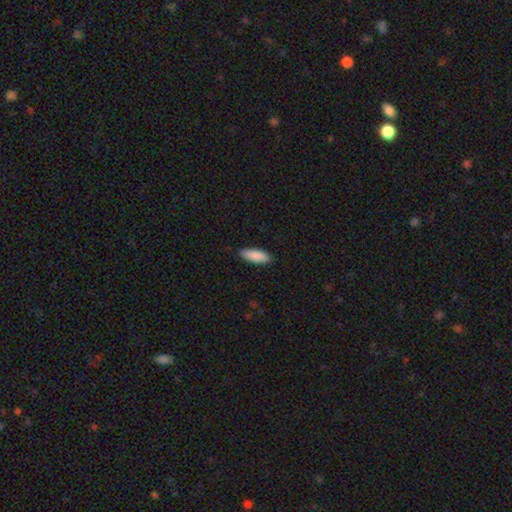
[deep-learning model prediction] This is clearly a smooth galaxy (90%). How rounded: likely in between (75%). Merging: clearly none (88%).